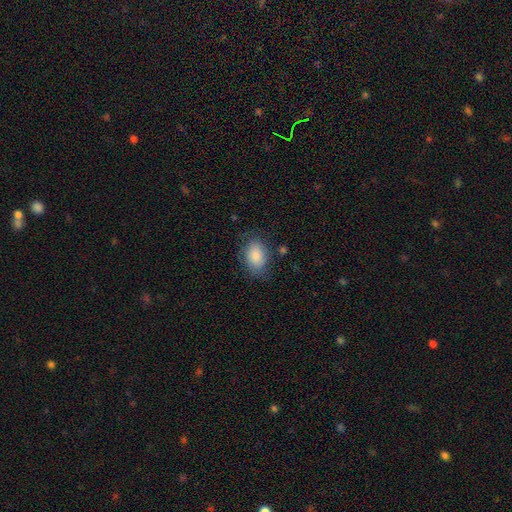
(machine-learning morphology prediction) Smooth or featured?
  - smooth: 84% *
  - featured or disk: 9%
  - star or artifact: 7%
How rounded?
  - in between: 86% *
  - round: 13%
  - cigar-shaped: 1%
Merging?
  - none: 70% *
  - minor disturbance: 20%
  - major disturbance: 7%
  - merger: 2%